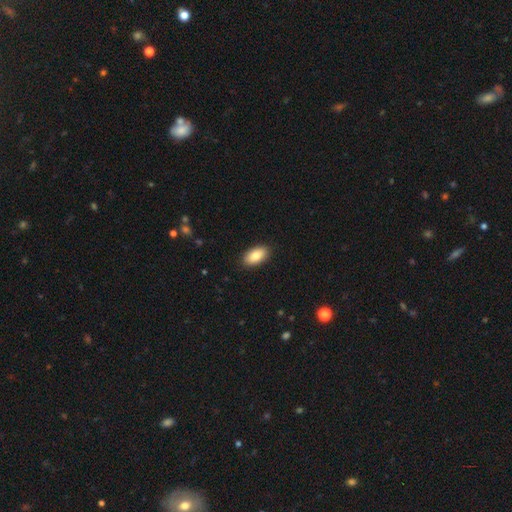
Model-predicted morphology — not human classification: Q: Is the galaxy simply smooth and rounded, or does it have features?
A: smooth — 86%.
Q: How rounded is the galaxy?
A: in between — 94%.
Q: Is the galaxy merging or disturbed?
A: none — 90%.